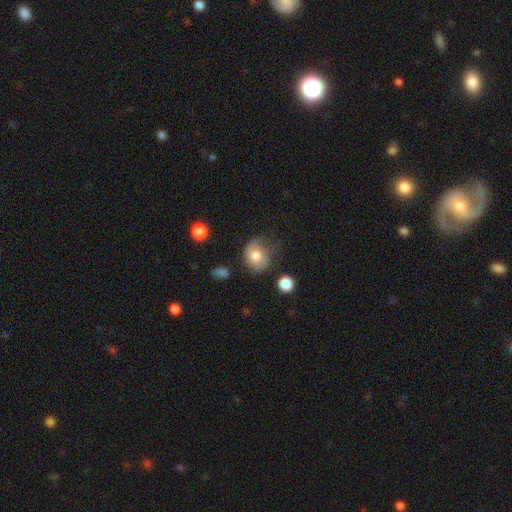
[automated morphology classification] This appears to be a smooth galaxy with no disk features (74%) that is round (67%). Merging: none (39%).